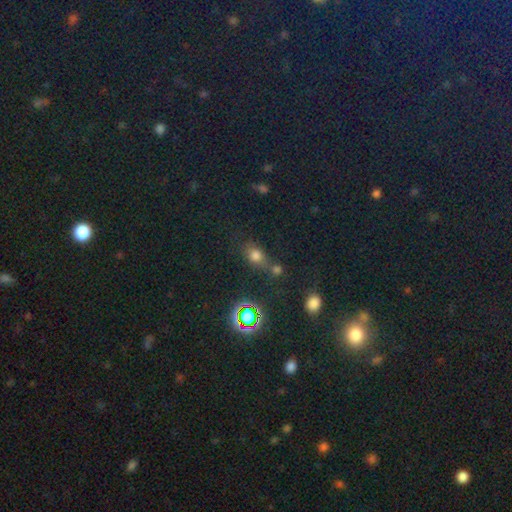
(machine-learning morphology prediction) smooth 62%, star or artifact 29%, featured or disk 9%. Down the decision tree: how rounded — in between (50%); merging — none (53%).